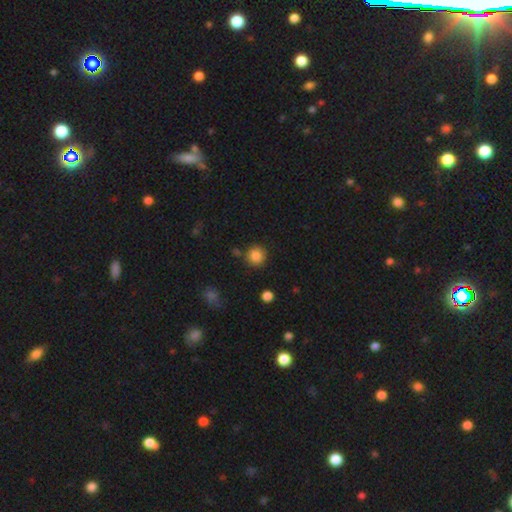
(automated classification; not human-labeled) Q: Smooth or featured?
A: smooth (86%); runner-up: star or artifact (10%)
Q: How rounded?
A: round (91%); runner-up: in between (8%)
Q: Merging?
A: none (83%); runner-up: minor disturbance (10%)